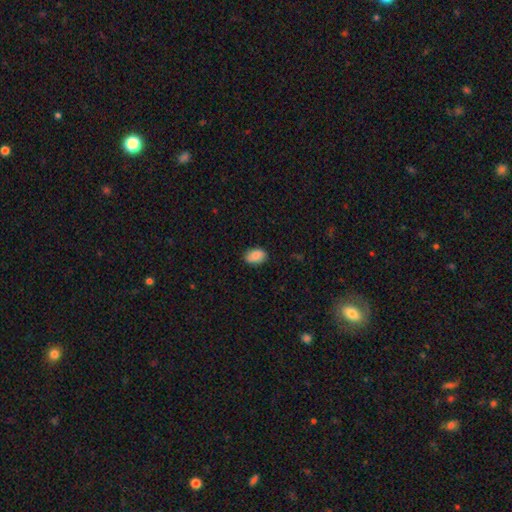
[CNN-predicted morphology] smooth 84%, featured or disk 8%, star or artifact 7%. Down the decision tree: how rounded — in between (87%); merging — none (86%).